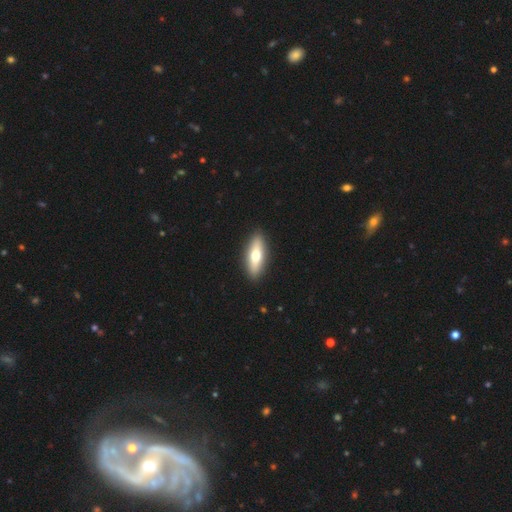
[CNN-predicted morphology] A smooth galaxy with no disk features (60%) that is in between round and cigar-shaped (57%). Merging: none (91%).